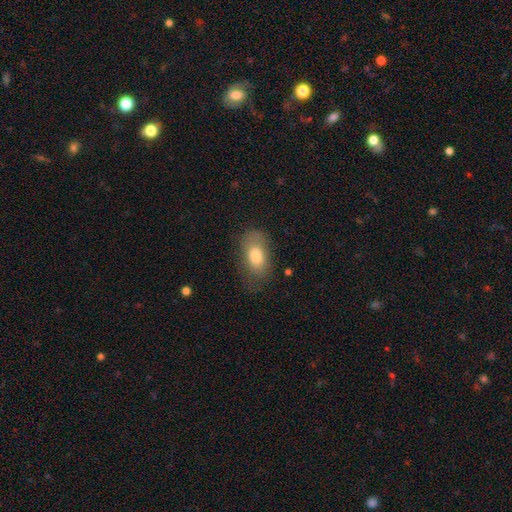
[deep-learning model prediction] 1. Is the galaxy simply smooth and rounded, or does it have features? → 75% smooth, 17% featured or disk, 8% star or artifact.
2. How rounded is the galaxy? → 90% in between, 7% round, 3% cigar-shaped.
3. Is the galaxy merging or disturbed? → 67% none, 23% minor disturbance, 9% major disturbance, 1% merger.